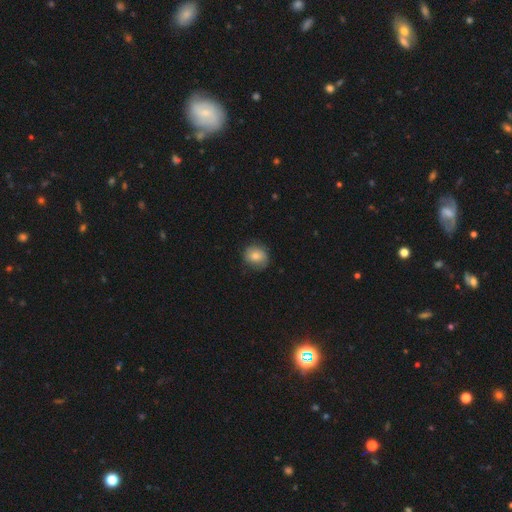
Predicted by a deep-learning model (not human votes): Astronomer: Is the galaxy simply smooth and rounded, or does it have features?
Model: smooth — 74%.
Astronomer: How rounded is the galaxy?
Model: round — 72%.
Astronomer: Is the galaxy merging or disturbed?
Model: none — 74%.